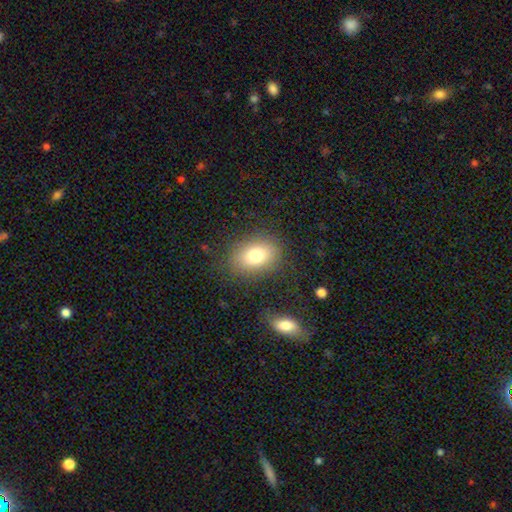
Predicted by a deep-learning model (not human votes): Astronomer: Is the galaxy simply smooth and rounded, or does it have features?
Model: smooth — 77%.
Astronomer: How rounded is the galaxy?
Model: in between — 73%.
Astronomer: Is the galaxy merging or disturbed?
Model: none — 80%.